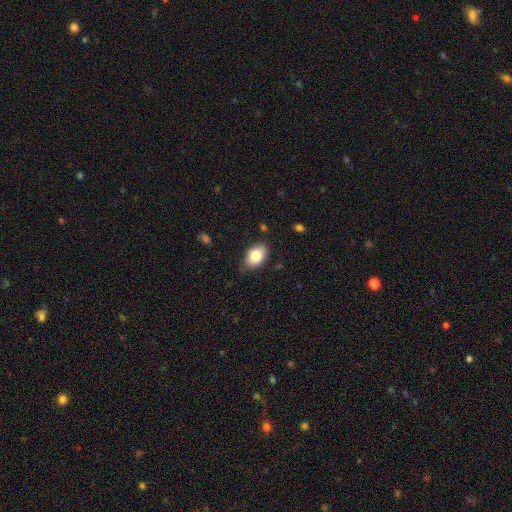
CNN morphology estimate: Smooth or featured: smooth — 84% (featured or disk — 9%)
How rounded: in between — 86% (round — 13%)
Merging: none — 81% (minor disturbance — 15%)